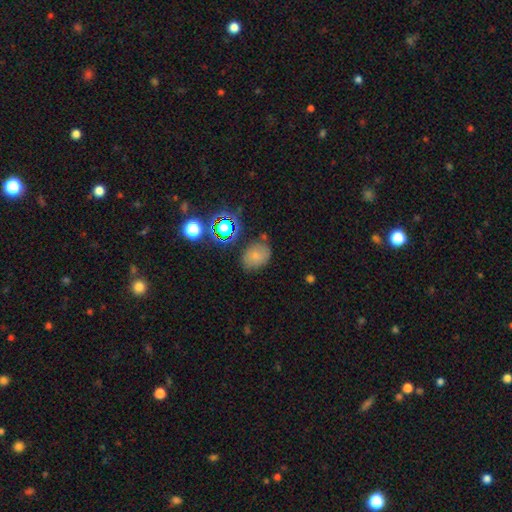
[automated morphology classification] smooth-or-featured: smooth: 67% | star or artifact: 18% | featured or disk: 15%
  how-rounded: in between: 63% | round: 36% | cigar-shaped: 1%
  merging: none: 71% | minor disturbance: 19% | major disturbance: 6% | merger: 5%